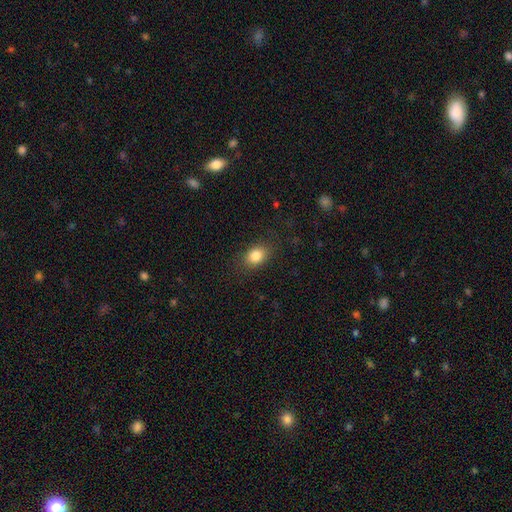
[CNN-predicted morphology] This is clearly a smooth galaxy (84%). How rounded: likely in between (70%). Merging: clearly none (85%).